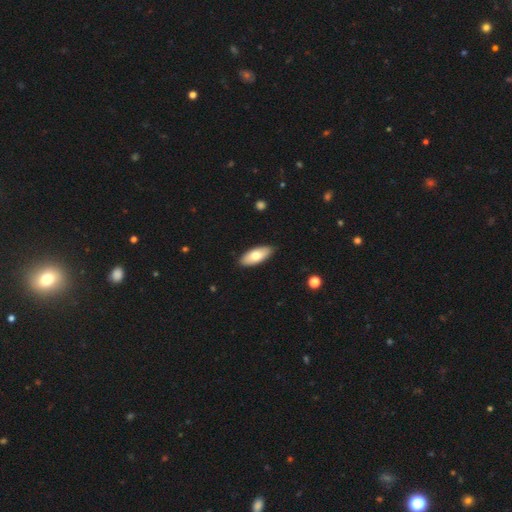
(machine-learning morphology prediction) Smooth or featured? Predicted: smooth (p=0.73). How rounded? Predicted: in between (p=0.85). Merging? Predicted: none (p=0.88).